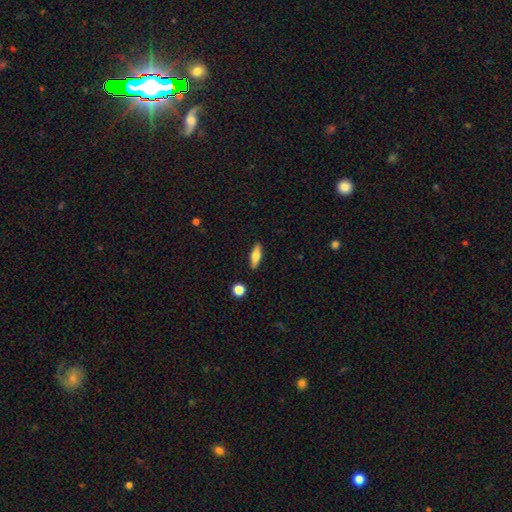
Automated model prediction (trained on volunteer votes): The model was most divided on "how rounded": in between: 55%, cigar-shaped: 42%, round: 3%. More confident: merging — none (88%); smooth or featured — smooth (67%).